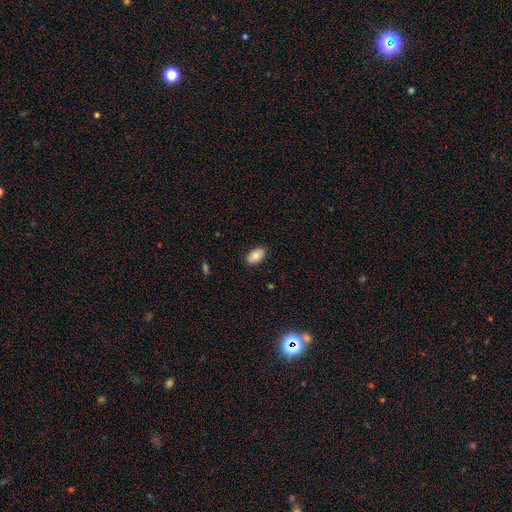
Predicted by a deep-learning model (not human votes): The model was most divided on "smooth or featured": smooth: 82%, featured or disk: 11%, star or artifact: 7%. More confident: how rounded — in between (93%); merging — none (87%).